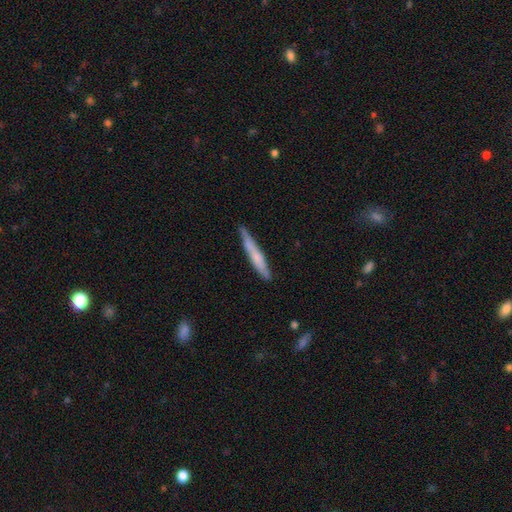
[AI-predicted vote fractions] Smooth or featured: smooth — 57% (featured or disk — 37%)
How rounded: cigar-shaped — 95% (in between — 4%)
Merging: none — 78% (minor disturbance — 17%)